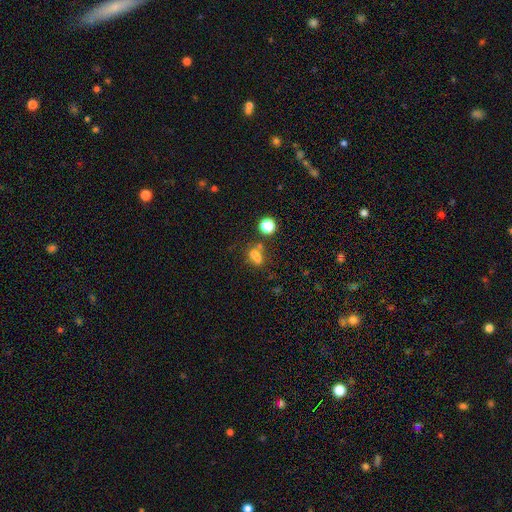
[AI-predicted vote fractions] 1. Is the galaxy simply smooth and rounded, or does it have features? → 67% smooth, 20% star or artifact, 13% featured or disk.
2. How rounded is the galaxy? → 55% in between, 34% round, 12% cigar-shaped.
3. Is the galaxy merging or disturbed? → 48% none, 30% merger, 14% minor disturbance, 8% major disturbance.